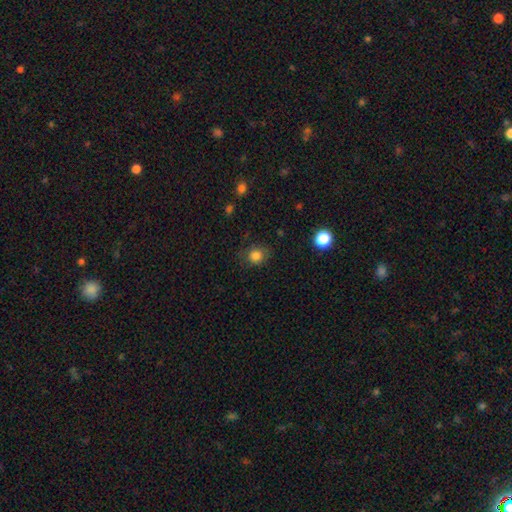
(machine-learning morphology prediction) Q: Smooth or featured?
A: smooth (83%); runner-up: star or artifact (12%)
Q: How rounded?
A: round (74%); runner-up: in between (25%)
Q: Merging?
A: none (79%); runner-up: minor disturbance (15%)